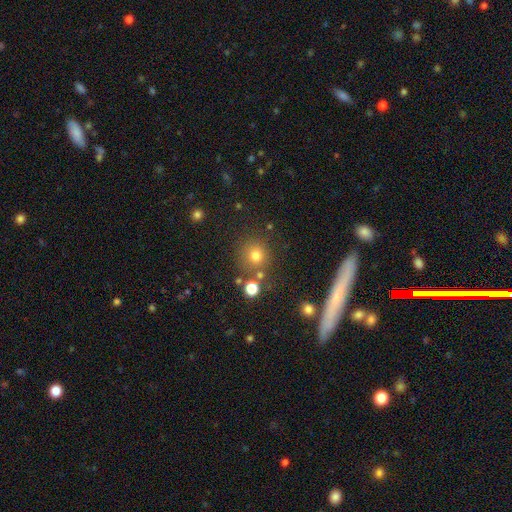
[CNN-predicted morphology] This is likely a smooth galaxy (74%). How rounded: clearly round (92%). Merging: likely none (77%).